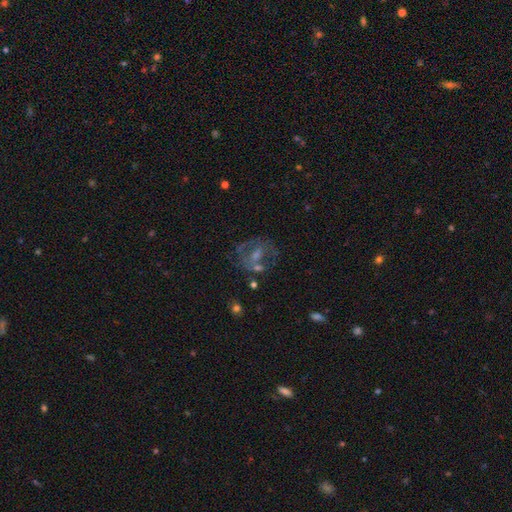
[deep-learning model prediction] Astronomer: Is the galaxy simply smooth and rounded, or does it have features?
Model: featured or disk — 59%.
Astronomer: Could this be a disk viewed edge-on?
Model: no — 96%.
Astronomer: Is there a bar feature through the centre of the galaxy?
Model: no — 56% (runner-up: weak, 33%).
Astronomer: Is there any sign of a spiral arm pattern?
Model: no — 61% (runner-up: yes, 39%).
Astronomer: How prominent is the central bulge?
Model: moderate — 40% (runner-up: small, 38%).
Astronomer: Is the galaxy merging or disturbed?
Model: none — 55%.